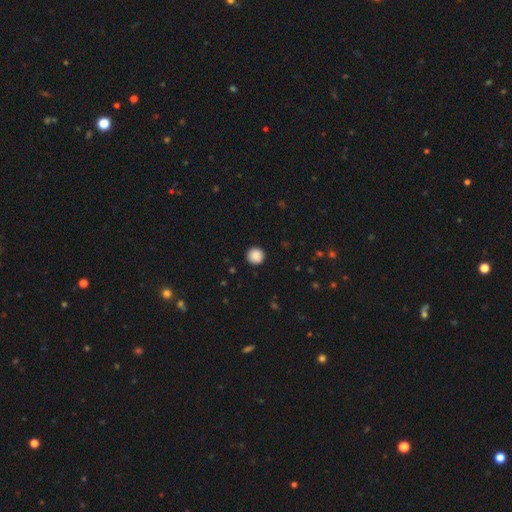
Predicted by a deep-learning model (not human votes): Q: Smooth or featured?
A: smooth (88%); runner-up: star or artifact (9%)
Q: How rounded?
A: round (96%); runner-up: in between (3%)
Q: Merging?
A: none (93%); runner-up: minor disturbance (5%)